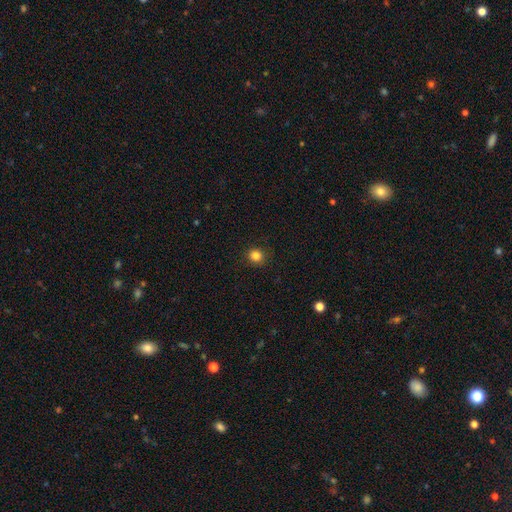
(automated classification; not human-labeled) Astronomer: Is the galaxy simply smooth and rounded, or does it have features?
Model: smooth — 84%.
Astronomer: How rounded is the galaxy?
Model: round — 88%.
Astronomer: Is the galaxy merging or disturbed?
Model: none — 90%.